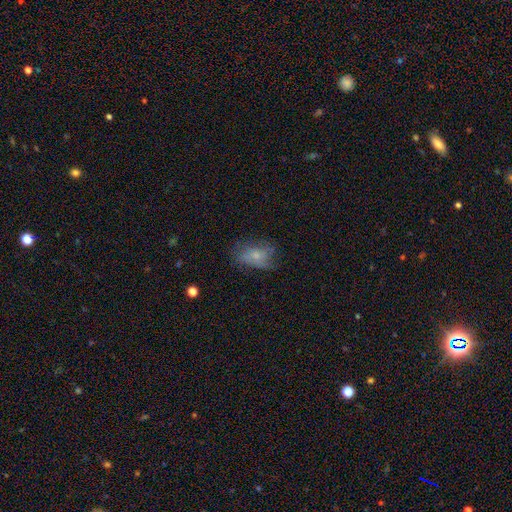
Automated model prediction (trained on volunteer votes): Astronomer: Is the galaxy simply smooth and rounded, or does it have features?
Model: smooth — 59%.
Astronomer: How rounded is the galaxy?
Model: in between — 84%.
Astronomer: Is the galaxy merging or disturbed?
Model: none — 51% (runner-up: minor disturbance, 29%).